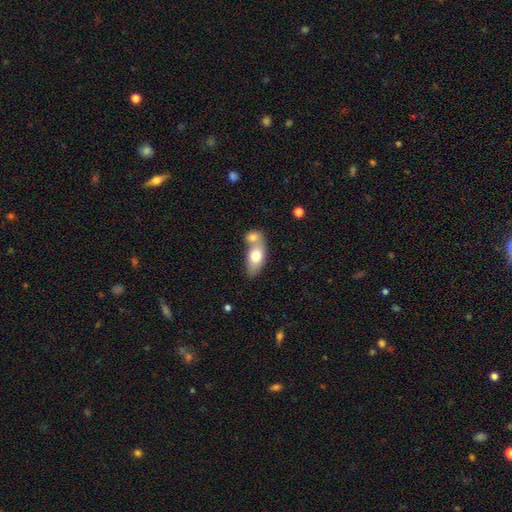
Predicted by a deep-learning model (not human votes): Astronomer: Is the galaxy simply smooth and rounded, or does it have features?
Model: smooth — 71%.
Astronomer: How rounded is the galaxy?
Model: in between — 83%.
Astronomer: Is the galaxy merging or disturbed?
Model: merger — 58%.